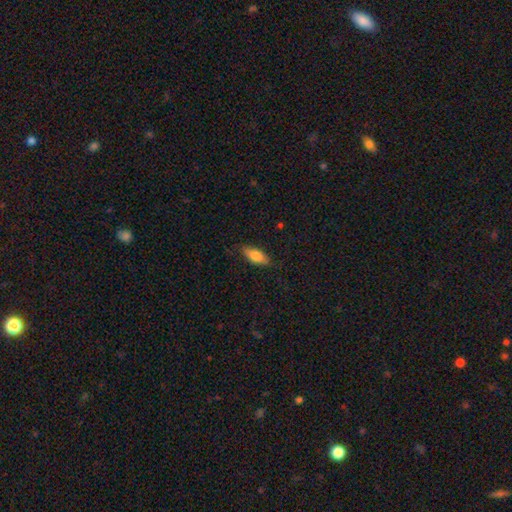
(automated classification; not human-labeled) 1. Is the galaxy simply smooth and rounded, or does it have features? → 76% smooth, 18% featured or disk, 6% star or artifact.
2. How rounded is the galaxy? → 73% in between, 24% cigar-shaped, 2% round.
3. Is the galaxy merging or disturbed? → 80% none, 16% minor disturbance, 3% major disturbance, 1% merger.